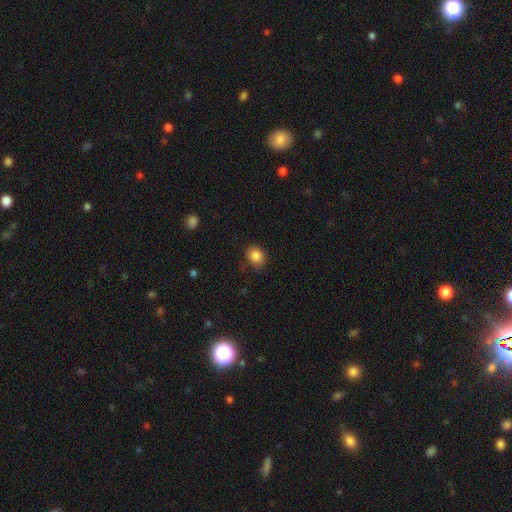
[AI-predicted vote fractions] Overall: smooth (85%). How rounded: round (60%; in between 39%). Merging: none (72%).